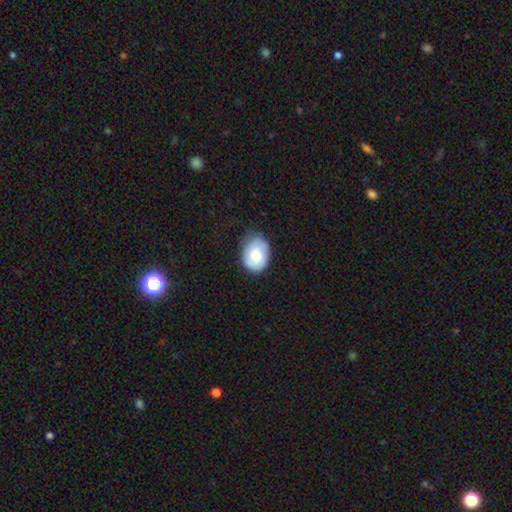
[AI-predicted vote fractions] This is likely a smooth galaxy (65%). How rounded: likely in between (62%). Merging: likely none (69%).